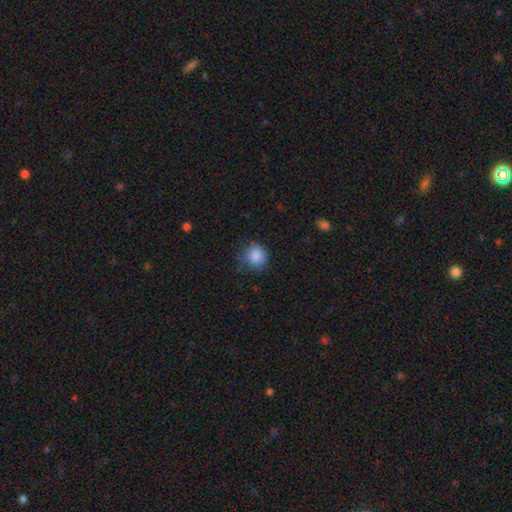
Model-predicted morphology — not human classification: Smooth or featured: smooth — 86% (star or artifact — 9%)
How rounded: round — 87% (in between — 12%)
Merging: none — 72% (minor disturbance — 21%)